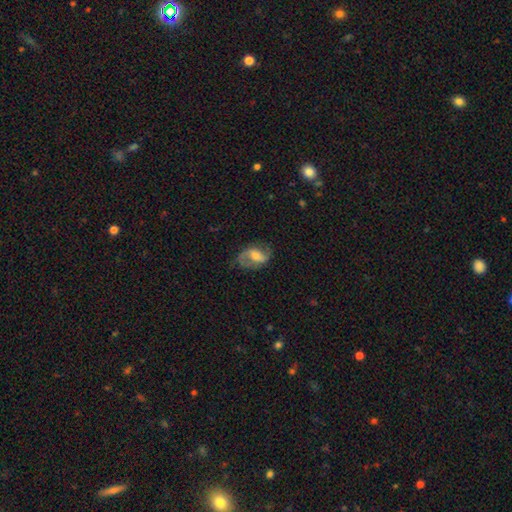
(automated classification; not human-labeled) A featured or disk galaxy (69%) with a weak bar (45%), 2 (86%) loose (47%) spiral arms (88%) and a moderate central bulge (56%). Merging: none (69%).